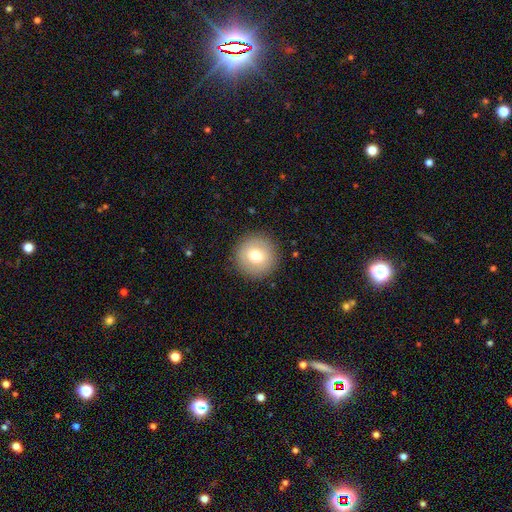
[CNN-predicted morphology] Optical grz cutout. It shows a smooth galaxy with no disk features (72%) that is round (96%). Merging: none (90%).